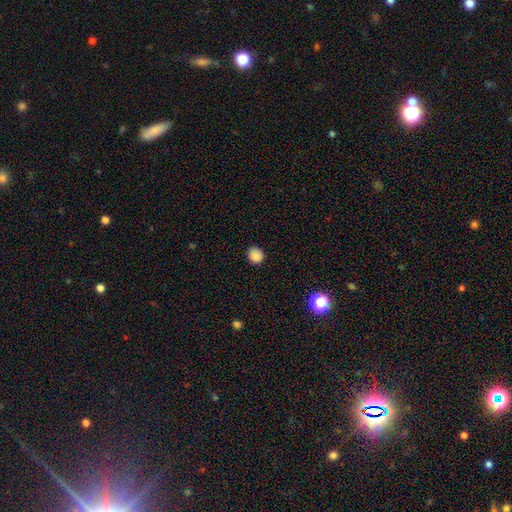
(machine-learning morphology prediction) Smooth or featured?
  - smooth: 87% *
  - star or artifact: 11%
  - featured or disk: 3%
How rounded?
  - round: 90% *
  - in between: 9%
  - cigar-shaped: 1%
Merging?
  - none: 89% *
  - minor disturbance: 8%
  - major disturbance: 2%
  - merger: 1%